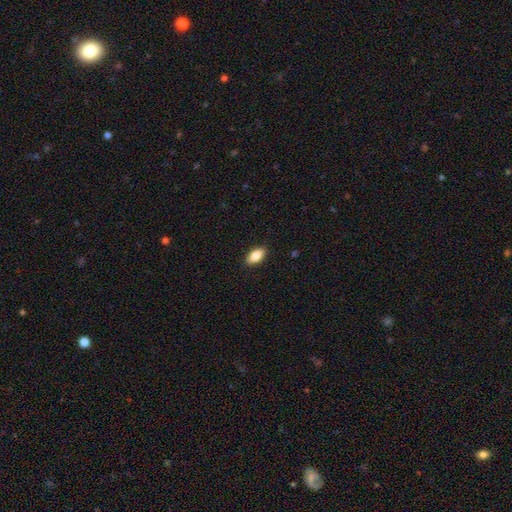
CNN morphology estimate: Overall: smooth (83%). How rounded: in between (90%). Merging: none (89%).